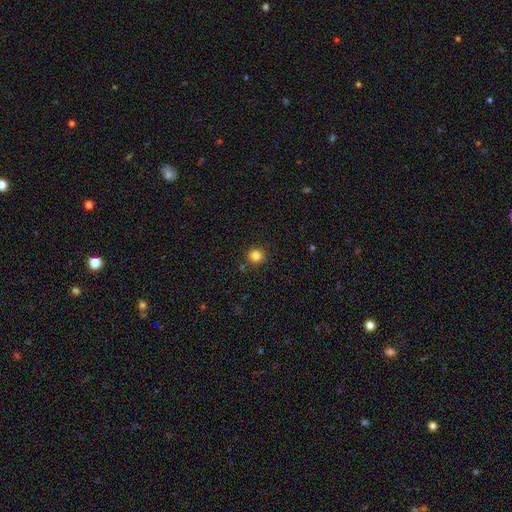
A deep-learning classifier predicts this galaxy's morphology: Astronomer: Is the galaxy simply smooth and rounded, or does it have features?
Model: smooth — 83%.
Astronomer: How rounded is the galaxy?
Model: round — 93%.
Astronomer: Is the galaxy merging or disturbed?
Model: none — 88%.